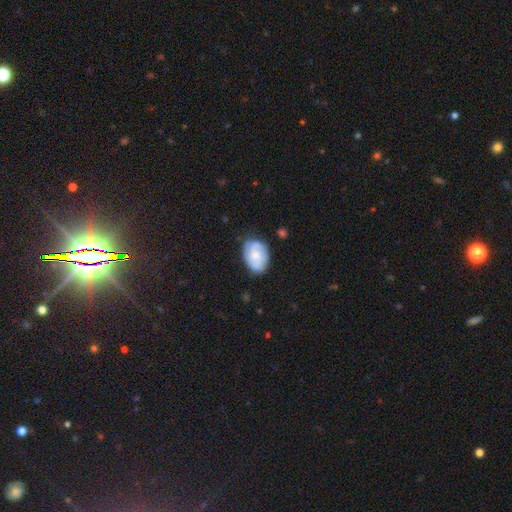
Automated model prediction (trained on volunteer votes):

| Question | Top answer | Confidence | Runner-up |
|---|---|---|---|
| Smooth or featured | featured or disk | 49% | smooth (44%) |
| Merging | none | 69% | minor disturbance (23%) |